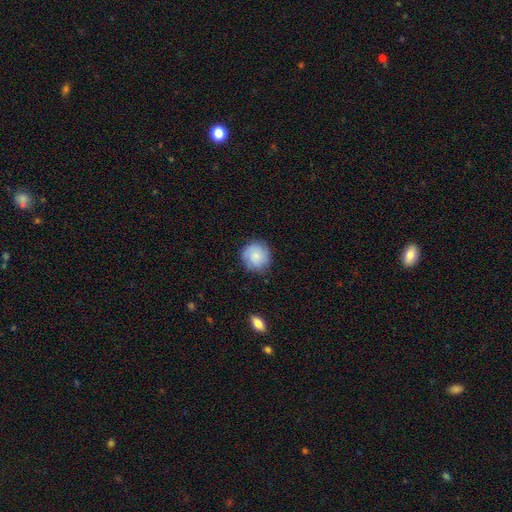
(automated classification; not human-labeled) This appears to be a smooth galaxy with no disk features (76%) that is round (92%). Merging: none (82%).